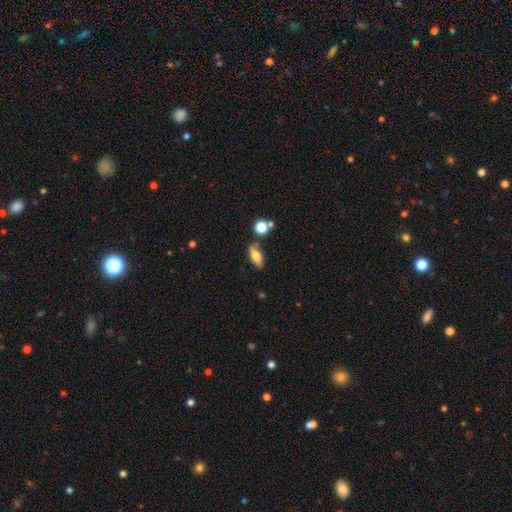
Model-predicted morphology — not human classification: type=smooth (64%); roundness=in between (73%); merging=none (75%).